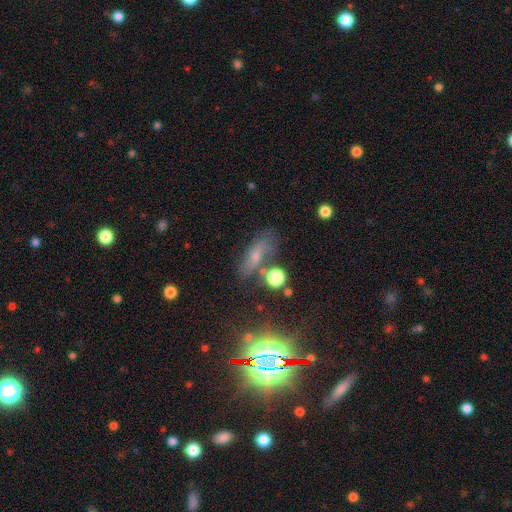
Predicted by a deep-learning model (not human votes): The model was most divided on "smooth or featured": smooth: 42%, star or artifact: 30%, featured or disk: 27%. More confident: merging — none (62%).